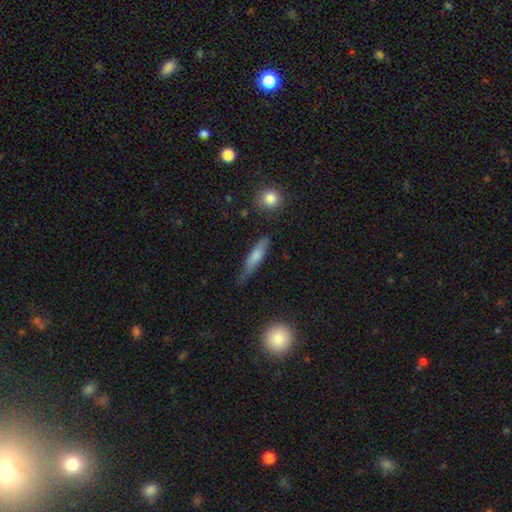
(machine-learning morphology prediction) This appears to be a smooth galaxy with no disk features (67%) that is cigar-shaped (76%). Merging: none (62%).